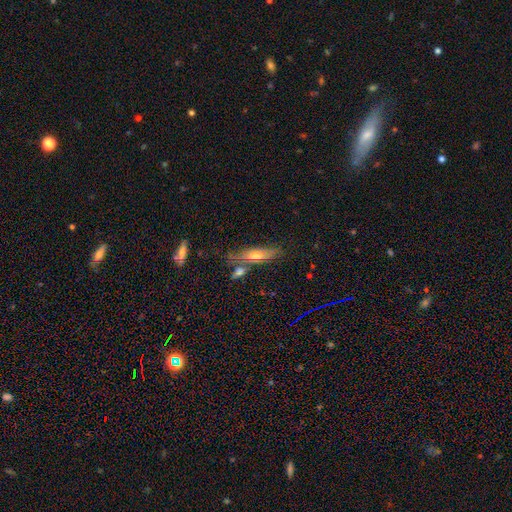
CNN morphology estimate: Smooth or featured? Predicted: smooth (p=0.50). Merging? Predicted: none (p=0.64).